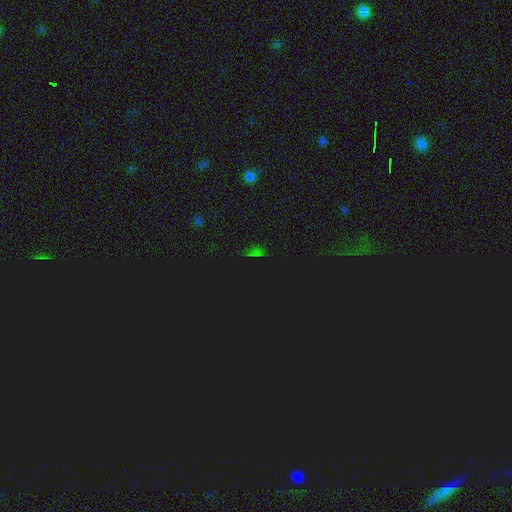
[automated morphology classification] The model was most divided on "smooth or featured": star or artifact: 73%, smooth: 20%, featured or disk: 7%.